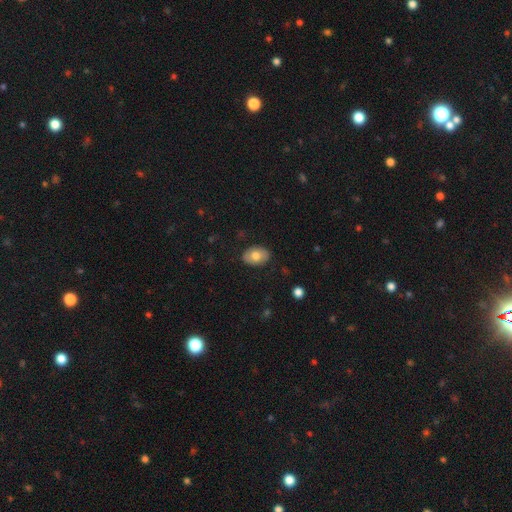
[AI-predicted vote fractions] Smooth or featured?
  - smooth: 74% *
  - featured or disk: 19%
  - star or artifact: 7%
How rounded?
  - in between: 82% *
  - round: 17%
  - cigar-shaped: 1%
Merging?
  - none: 86% *
  - minor disturbance: 10%
  - major disturbance: 2%
  - merger: 1%